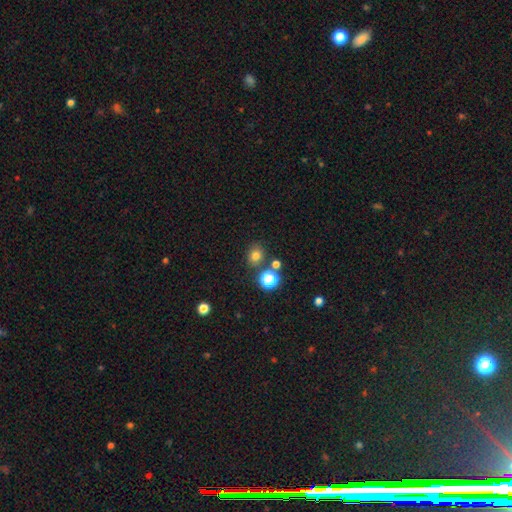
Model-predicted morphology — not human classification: Overall: smooth (74%). How rounded: round (73%). Merging: none (78%).